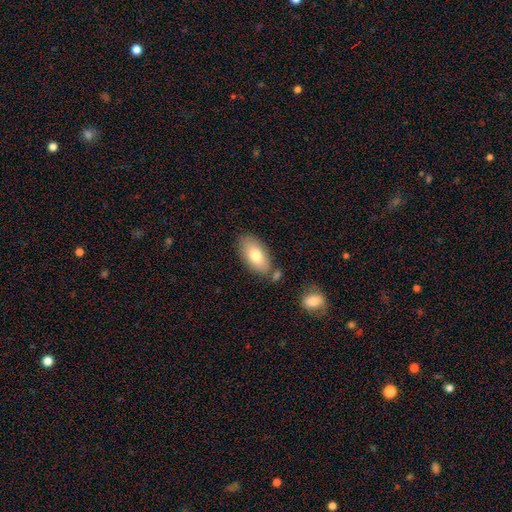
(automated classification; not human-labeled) Morphology: type=smooth (75%); roundness=in between (93%); merging=none (74%).